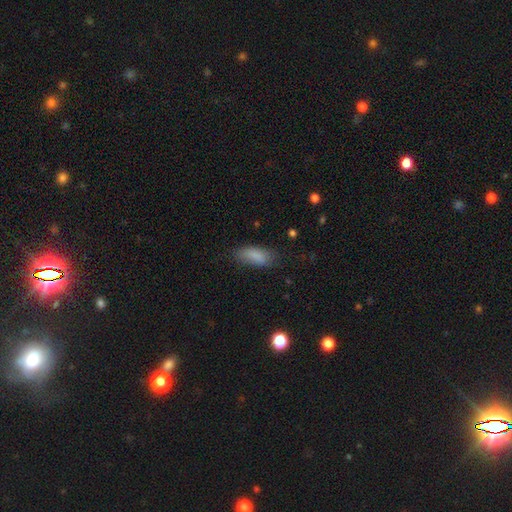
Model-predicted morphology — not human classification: This is clearly a smooth galaxy (85%). How rounded: likely in between (79%). Merging: likely none (71%).